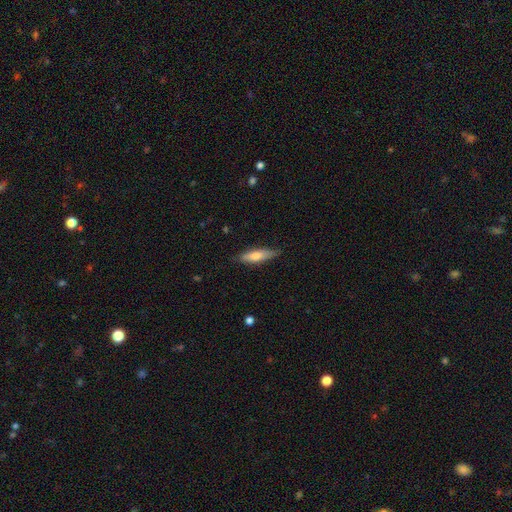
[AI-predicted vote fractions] Smooth or featured?
  - smooth: 67% *
  - featured or disk: 27%
  - star or artifact: 6%
How rounded?
  - cigar-shaped: 64% *
  - in between: 34%
  - round: 2%
Merging?
  - none: 79% *
  - minor disturbance: 17%
  - major disturbance: 3%
  - merger: 1%